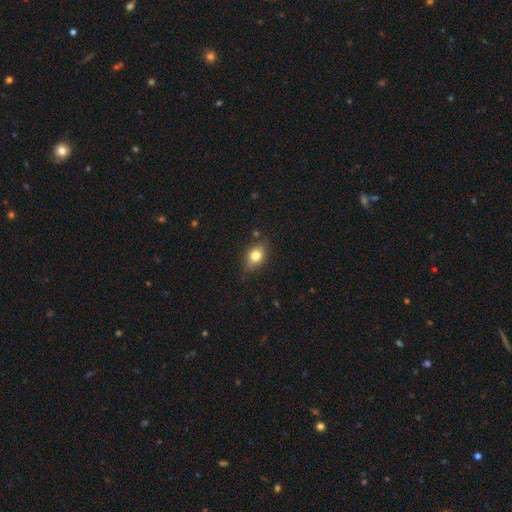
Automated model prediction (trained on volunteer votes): Overall: smooth (78%). How rounded: in between (73%). Merging: none (80%).